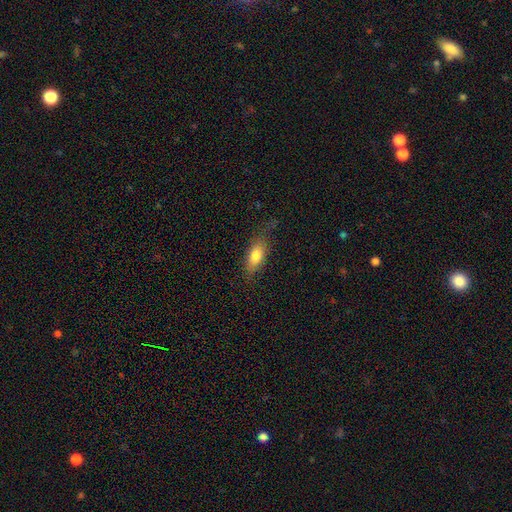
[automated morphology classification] Smooth or featured? smooth (77%)
How rounded? in between (78%)
Merging? none (66%)